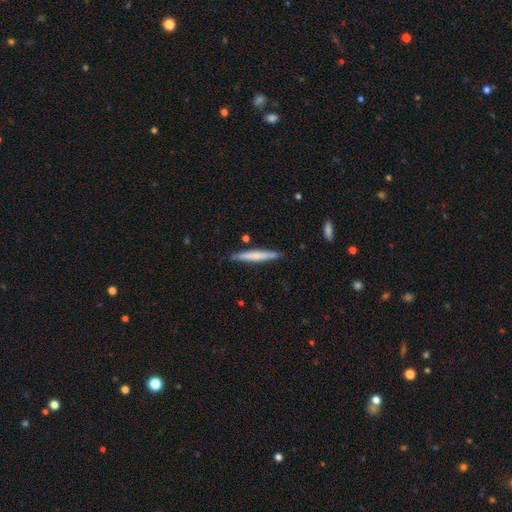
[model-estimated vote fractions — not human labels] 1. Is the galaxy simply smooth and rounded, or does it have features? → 62% smooth, 33% featured or disk, 5% star or artifact.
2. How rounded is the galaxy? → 95% cigar-shaped, 3% in between, 1% round.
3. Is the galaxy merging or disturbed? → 86% none, 10% minor disturbance, 2% merger, 2% major disturbance.